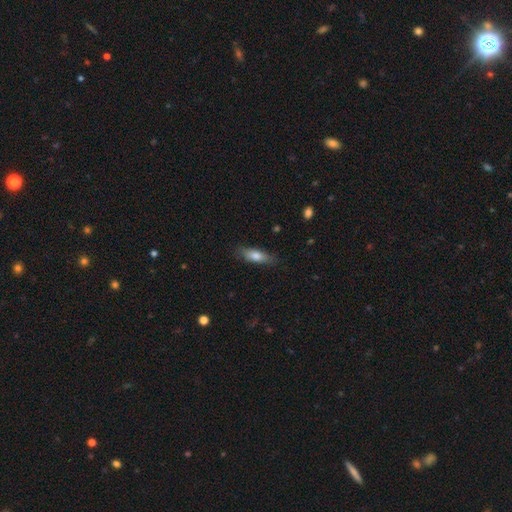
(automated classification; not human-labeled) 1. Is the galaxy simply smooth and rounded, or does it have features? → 76% smooth, 18% featured or disk, 7% star or artifact.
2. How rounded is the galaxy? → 53% in between, 45% cigar-shaped, 2% round.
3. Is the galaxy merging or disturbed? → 81% none, 15% minor disturbance, 3% major disturbance, 1% merger.